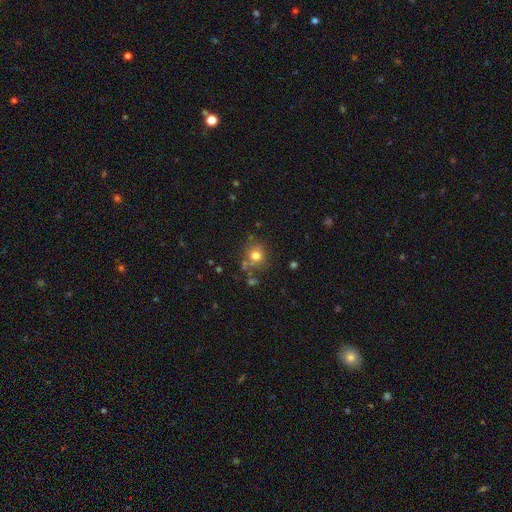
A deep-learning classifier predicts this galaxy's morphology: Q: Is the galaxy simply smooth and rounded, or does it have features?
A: smooth — 75%.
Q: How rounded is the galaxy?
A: round — 84%.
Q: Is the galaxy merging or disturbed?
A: none — 71%.